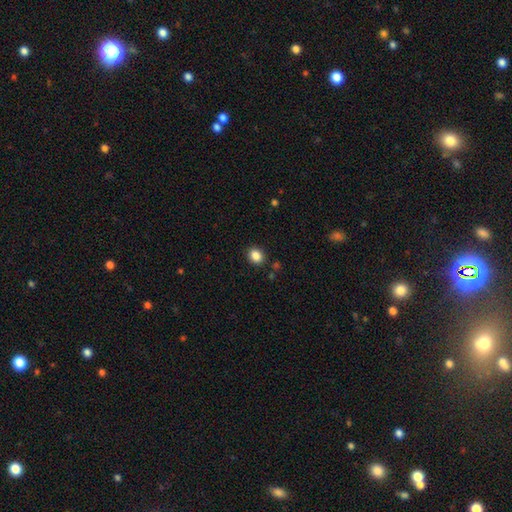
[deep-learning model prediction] smooth 86%, star or artifact 10%, featured or disk 4%. Down the decision tree: how rounded — round (57%); merging — none (88%).